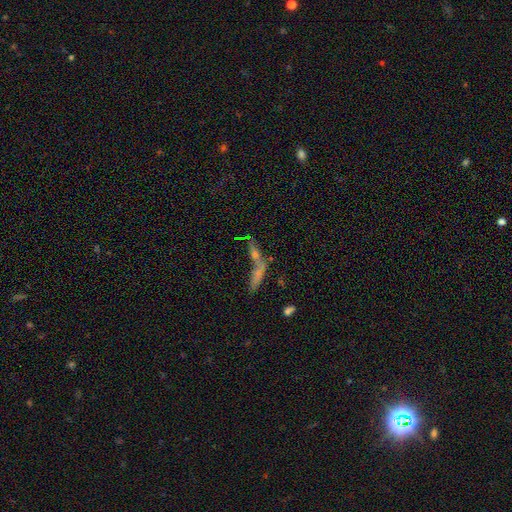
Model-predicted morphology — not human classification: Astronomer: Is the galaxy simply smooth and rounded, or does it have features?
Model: star or artifact — 40% (runner-up: smooth, 32%).